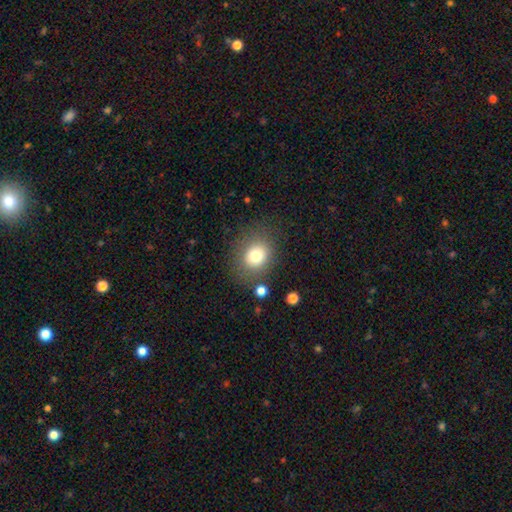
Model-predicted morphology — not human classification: smooth 78%, star or artifact 12%, featured or disk 10%. Down the decision tree: how rounded — round (65%); merging — none (77%).